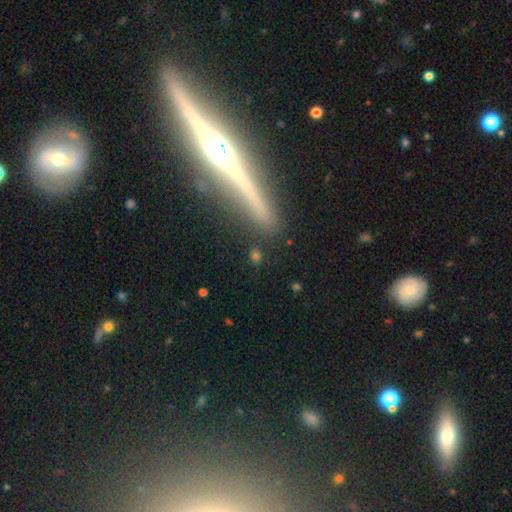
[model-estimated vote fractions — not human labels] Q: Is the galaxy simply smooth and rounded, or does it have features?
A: smooth — 55%.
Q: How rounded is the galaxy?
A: cigar-shaped — 36%.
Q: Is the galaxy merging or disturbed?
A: none — 75%.